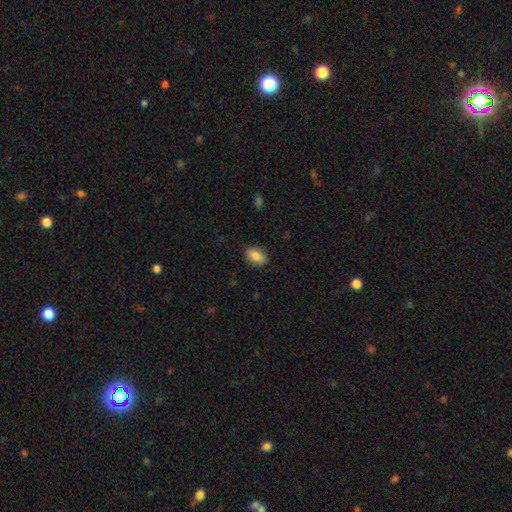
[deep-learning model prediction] Morphology: type=smooth (85%); roundness=in between (88%); merging=none (87%).